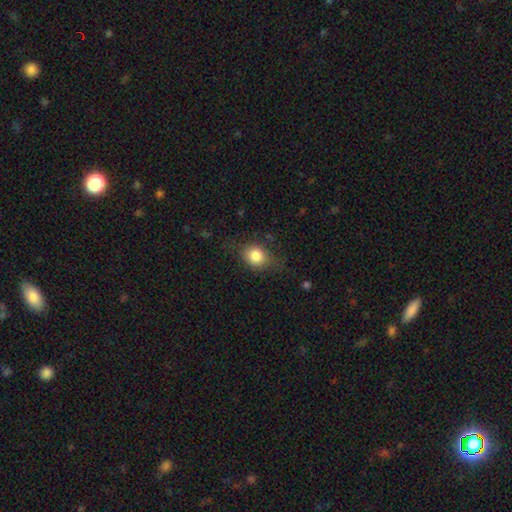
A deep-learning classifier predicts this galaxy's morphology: This is clearly a smooth galaxy (81%). How rounded: possibly round (58%). Merging: likely none (67%).